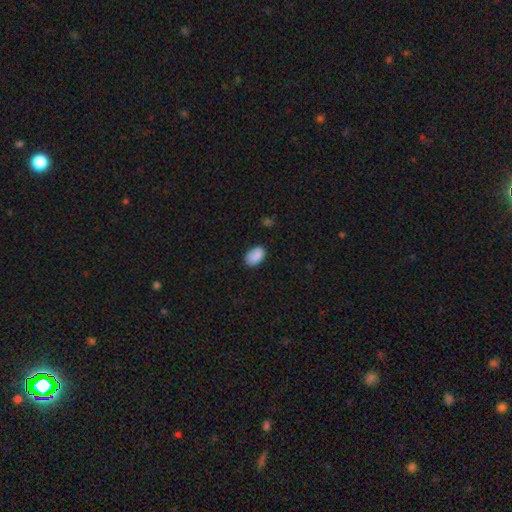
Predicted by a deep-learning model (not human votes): Smooth or featured: smooth — 89% (star or artifact — 8%)
How rounded: in between — 90% (round — 9%)
Merging: none — 84% (minor disturbance — 13%)